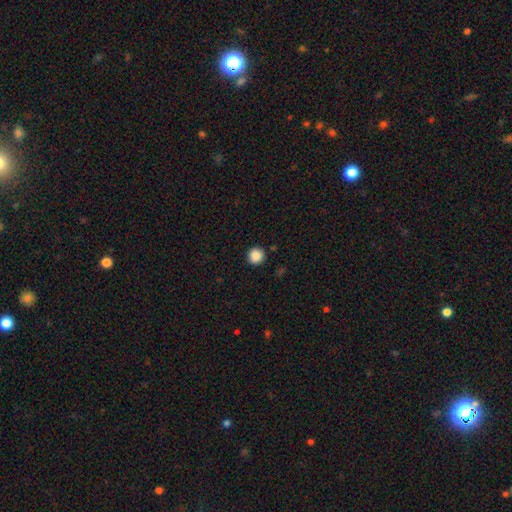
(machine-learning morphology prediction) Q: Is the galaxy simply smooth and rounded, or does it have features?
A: smooth — 88%.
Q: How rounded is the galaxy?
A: round — 94%.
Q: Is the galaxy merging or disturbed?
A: none — 91%.